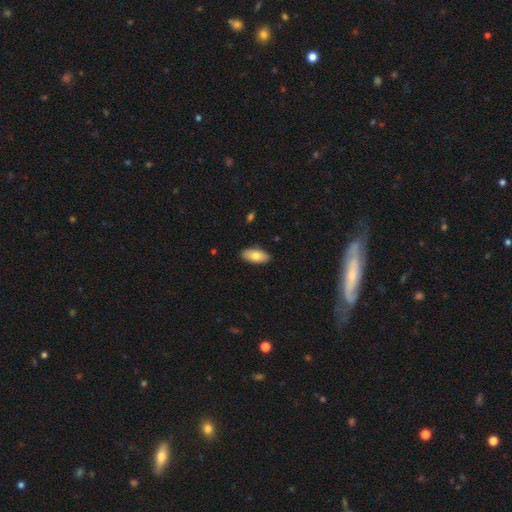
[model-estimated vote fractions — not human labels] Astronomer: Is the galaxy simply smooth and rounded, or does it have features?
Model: smooth — 78%.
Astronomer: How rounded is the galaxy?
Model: in between — 91%.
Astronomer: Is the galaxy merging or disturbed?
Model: none — 89%.